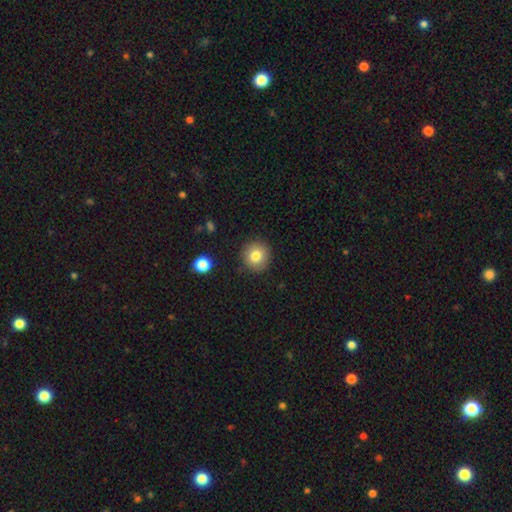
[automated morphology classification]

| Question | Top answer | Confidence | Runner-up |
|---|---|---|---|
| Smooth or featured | smooth | 80% | star or artifact (10%) |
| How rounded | round | 92% | in between (7%) |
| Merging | none | 88% | minor disturbance (8%) |